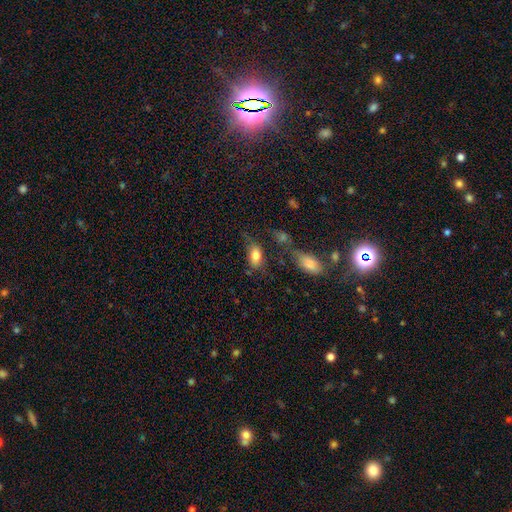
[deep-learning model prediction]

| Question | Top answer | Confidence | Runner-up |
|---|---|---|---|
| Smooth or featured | smooth | 80% | featured or disk (11%) |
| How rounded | in between | 88% | round (8%) |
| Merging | none | 53% | minor disturbance (24%) |